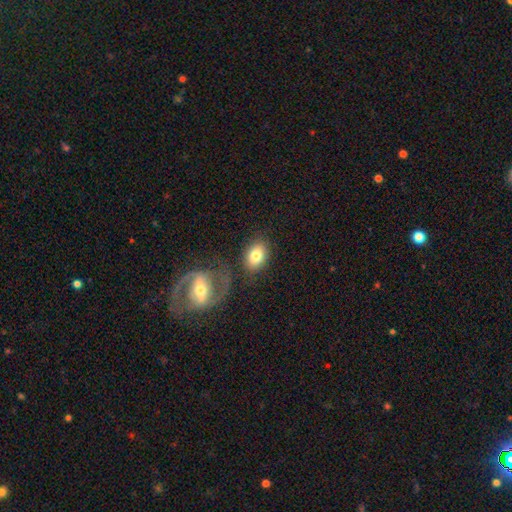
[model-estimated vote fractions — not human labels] smooth 78%, featured or disk 14%, star or artifact 7%. Down the decision tree: how rounded — in between (79%); merging — none (72%).